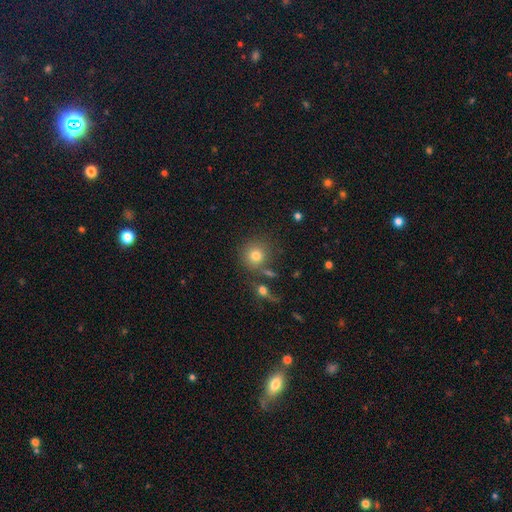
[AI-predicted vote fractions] Overall: smooth (77%). How rounded: round (91%). Merging: none (74%).